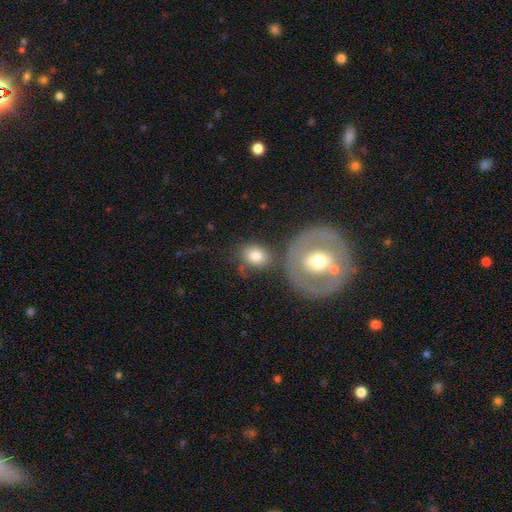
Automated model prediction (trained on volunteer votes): Overall: smooth (73%). How rounded: in between (52%; round 47%). Merging: none (50%; merger 24%).